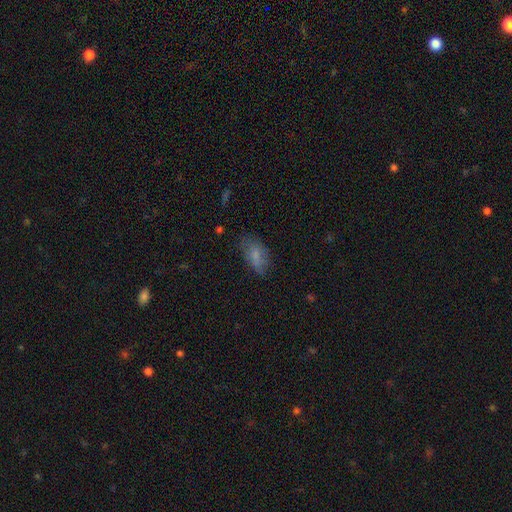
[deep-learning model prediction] smooth-or-featured: smooth: 74% | featured or disk: 17% | star or artifact: 10%
  how-rounded: in between: 90% | cigar-shaped: 6% | round: 4%
  merging: none: 58% | minor disturbance: 28% | major disturbance: 12% | merger: 2%